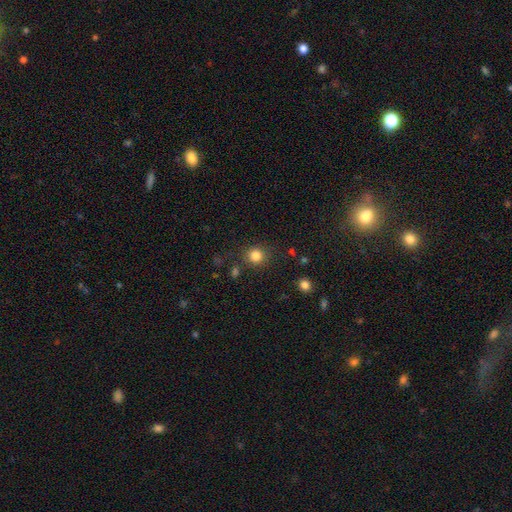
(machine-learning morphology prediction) Q: Smooth or featured?
A: smooth (83%); runner-up: star or artifact (12%)
Q: How rounded?
A: round (89%); runner-up: in between (10%)
Q: Merging?
A: none (84%); runner-up: minor disturbance (9%)